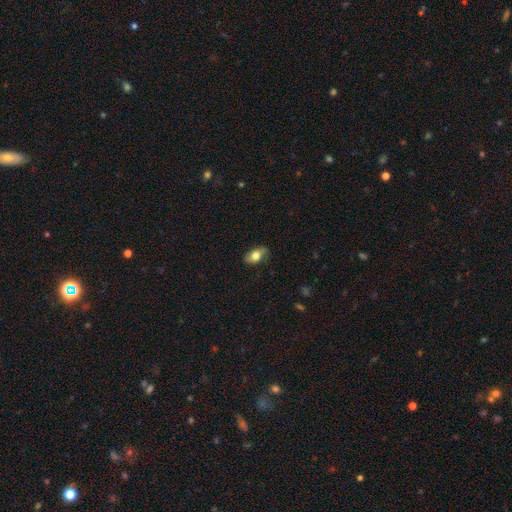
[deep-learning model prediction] Morphology: type=smooth (74%); roundness=in between (91%); merging=none (78%).